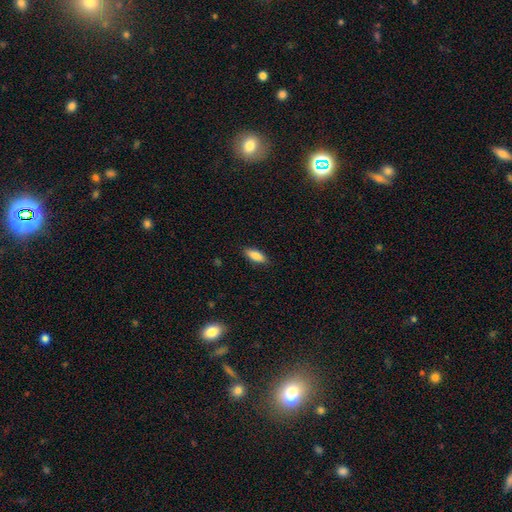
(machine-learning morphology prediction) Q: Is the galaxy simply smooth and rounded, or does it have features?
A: smooth — 86%.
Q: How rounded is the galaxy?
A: in between — 75%.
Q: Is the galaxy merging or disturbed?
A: none — 87%.